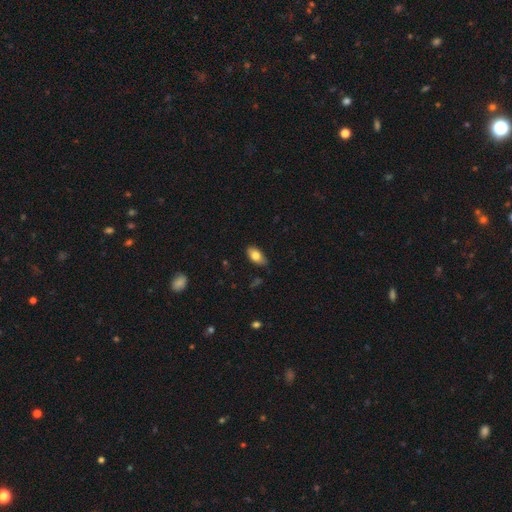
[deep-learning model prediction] smooth 78%, featured or disk 15%, star or artifact 7%. Down the decision tree: how rounded — in between (91%); merging — none (76%).